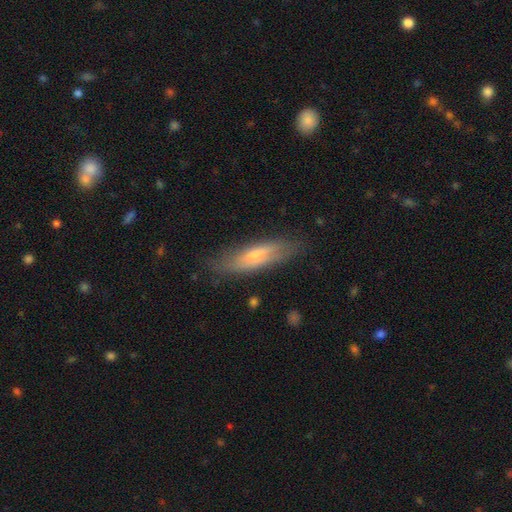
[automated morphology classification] Smooth or featured? smooth (56%)
How rounded? cigar-shaped (64%)
Merging? none (77%)